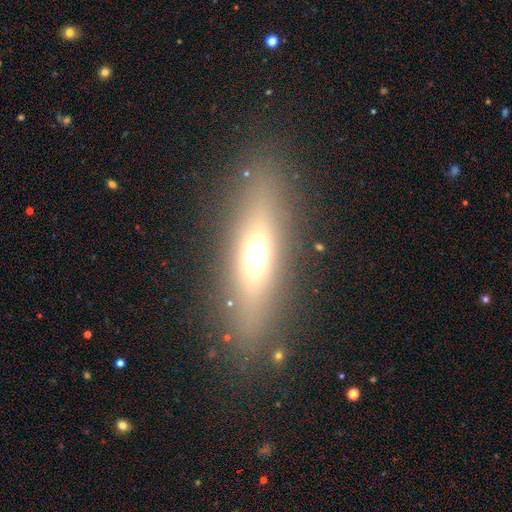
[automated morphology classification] Smooth or featured: smooth — 51% (featured or disk — 35%)
How rounded: in between — 50% (cigar-shaped — 44%)
Merging: none — 83% (minor disturbance — 9%)